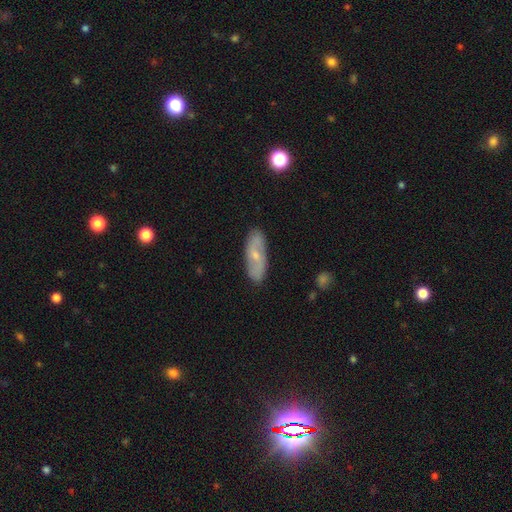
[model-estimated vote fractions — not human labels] Smooth or featured? Predicted: featured or disk (p=0.57). Edge-on disk? Predicted: no (p=0.83). Merging? Predicted: none (p=0.85).